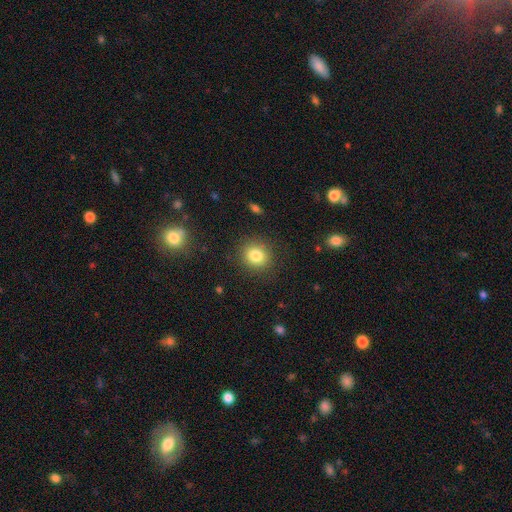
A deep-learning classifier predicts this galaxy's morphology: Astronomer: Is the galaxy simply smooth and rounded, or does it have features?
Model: smooth — 82%.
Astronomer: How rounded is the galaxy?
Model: round — 83%.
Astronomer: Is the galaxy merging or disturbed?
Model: none — 88%.